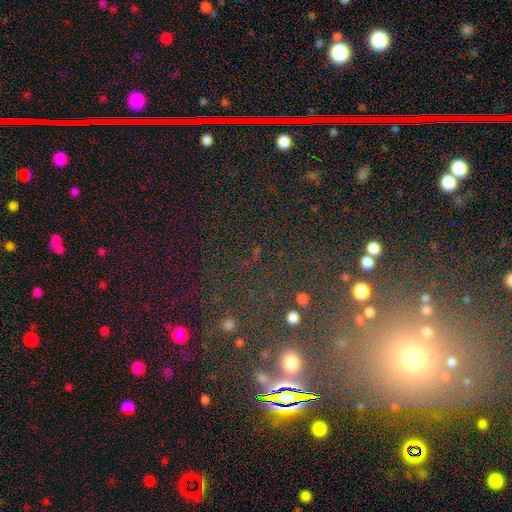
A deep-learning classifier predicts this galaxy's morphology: The model was most divided on "smooth or featured": star or artifact: 66%, smooth: 24%, featured or disk: 10%.